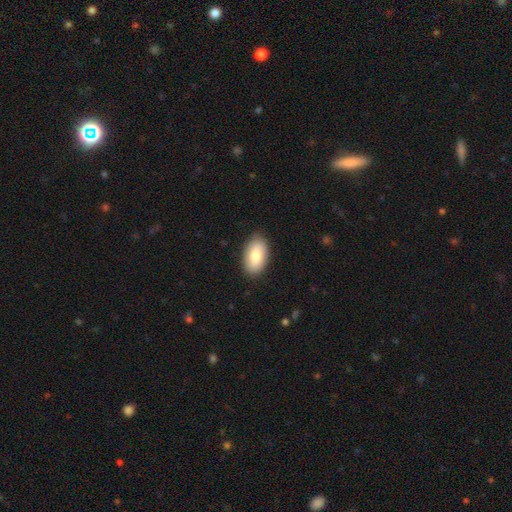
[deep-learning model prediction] A smooth galaxy with no disk features (82%) that is in between round and cigar-shaped (94%). Merging: none (87%).